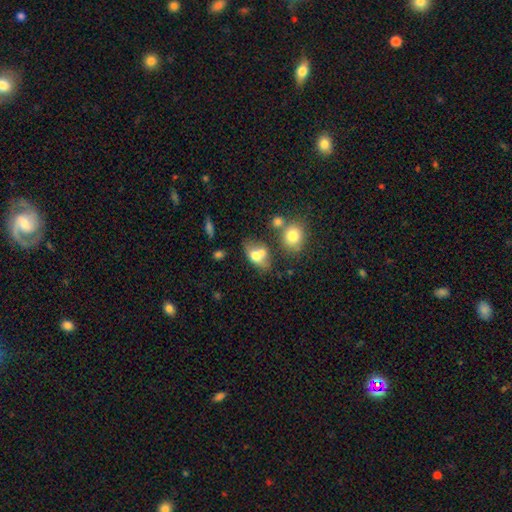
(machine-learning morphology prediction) A smooth galaxy with no disk features (64%) that is in between round and cigar-shaped (75%).

Vote fractions:
- Smooth or featured? smooth: 64% / featured or disk: 25% / star or artifact: 11%
- How rounded? in between: 75% / round: 21% / cigar-shaped: 4%
- Merging? merger: 42% / none: 32% / minor disturbance: 16% / major disturbance: 10%